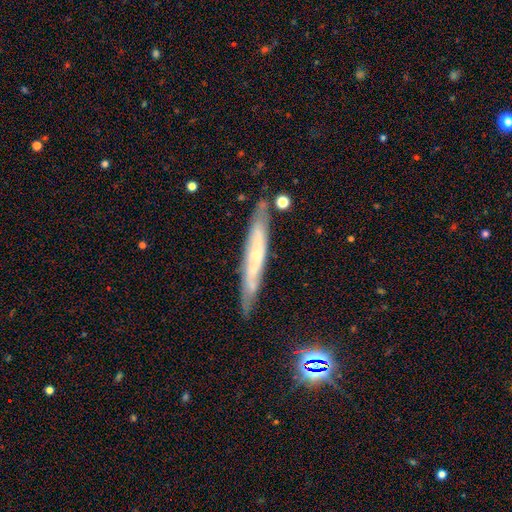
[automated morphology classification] Smooth or featured: featured or disk — 64% (smooth — 28%)
Edge-on disk: yes — 74% (no — 26%)
Merging: none — 78% (minor disturbance — 15%)